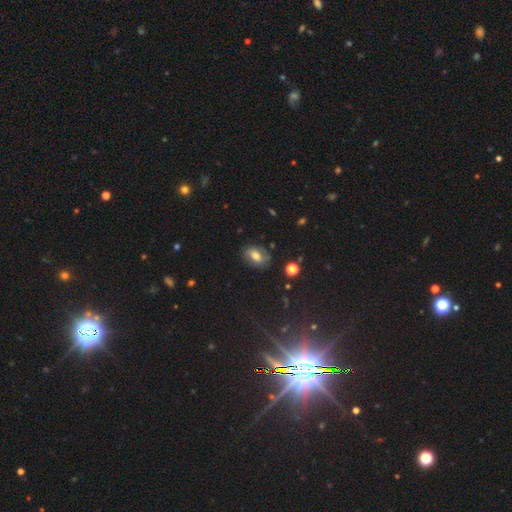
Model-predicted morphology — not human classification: The model was most divided on "smooth or featured": smooth: 54%, featured or disk: 34%, star or artifact: 12%. More confident: how rounded — in between (83%); merging — none (77%).